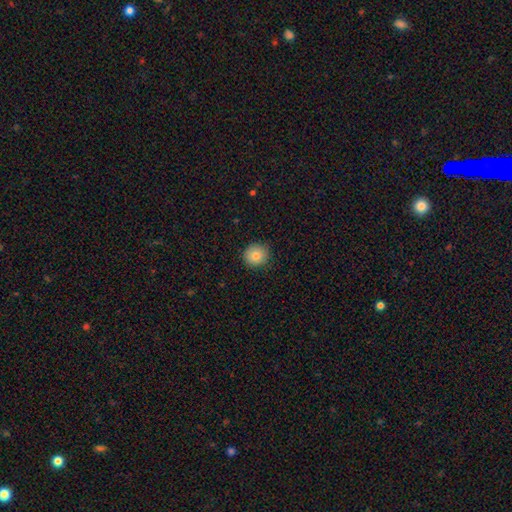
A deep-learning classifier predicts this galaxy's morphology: Smooth or featured: smooth — 82% (star or artifact — 10%)
How rounded: round — 92% (in between — 7%)
Merging: none — 89% (minor disturbance — 8%)